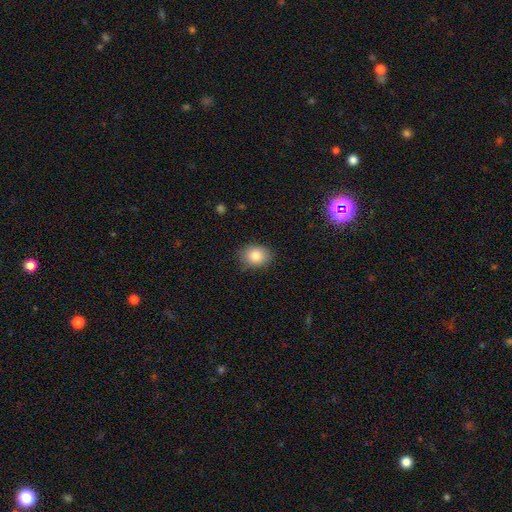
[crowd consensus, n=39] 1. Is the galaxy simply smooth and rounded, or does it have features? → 90% smooth, 8% star or artifact, 3% featured or disk.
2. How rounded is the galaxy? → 51% in between, 49% round, 0% cigar-shaped.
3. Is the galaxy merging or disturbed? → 83% none, 17% minor disturbance, 0% major disturbance, 0% merger.